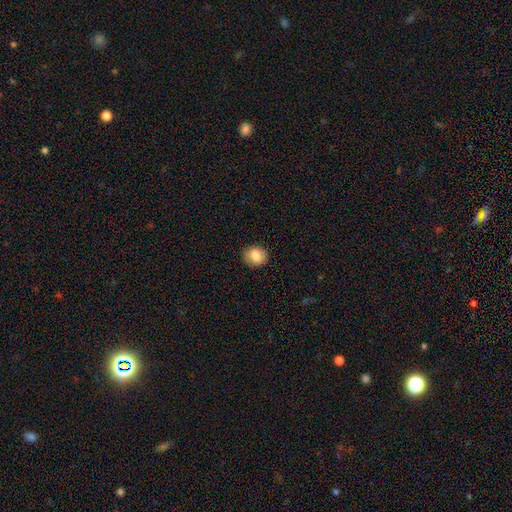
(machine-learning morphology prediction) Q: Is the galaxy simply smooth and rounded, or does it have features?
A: smooth — 80%.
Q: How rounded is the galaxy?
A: round — 65%.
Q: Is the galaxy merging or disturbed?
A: none — 88%.